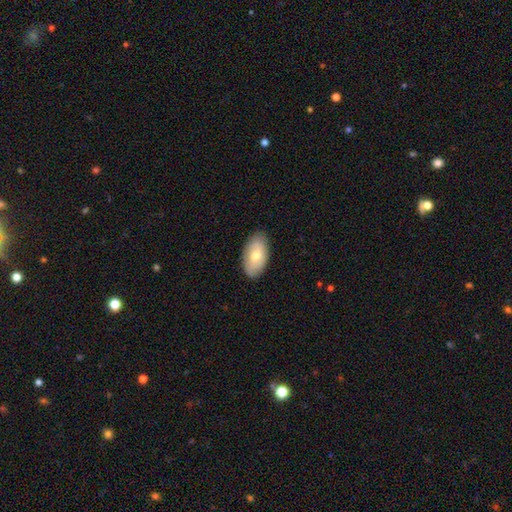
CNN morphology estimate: This is likely a smooth galaxy (67%). How rounded: clearly in between (94%). Merging: clearly none (85%).